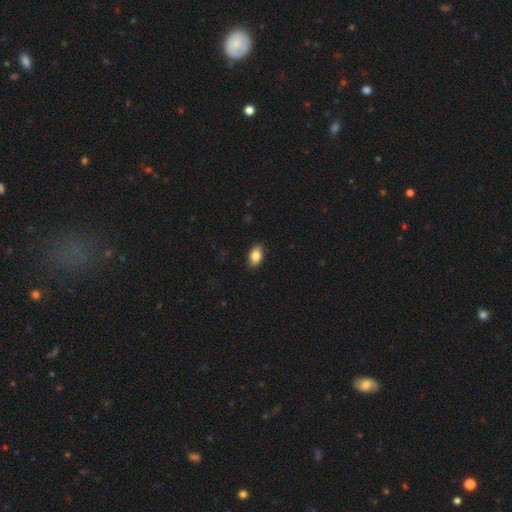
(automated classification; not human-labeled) Smooth or featured? smooth (85%)
How rounded? in between (90%)
Merging? none (88%)